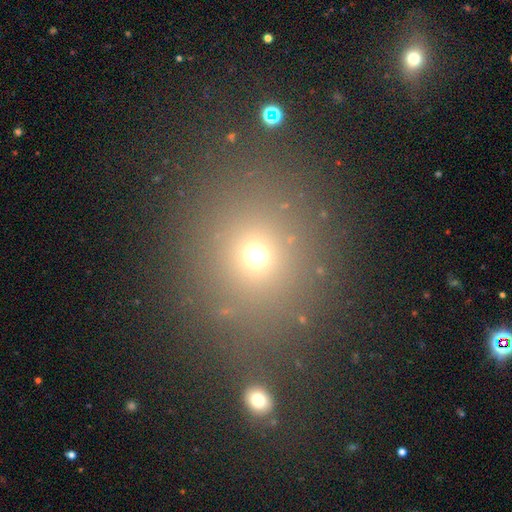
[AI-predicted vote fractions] smooth-or-featured: smooth: 65% | star or artifact: 26% | featured or disk: 9%
  how-rounded: round: 82% | in between: 17% | cigar-shaped: 1%
  merging: none: 80% | minor disturbance: 9% | merger: 6% | major disturbance: 5%